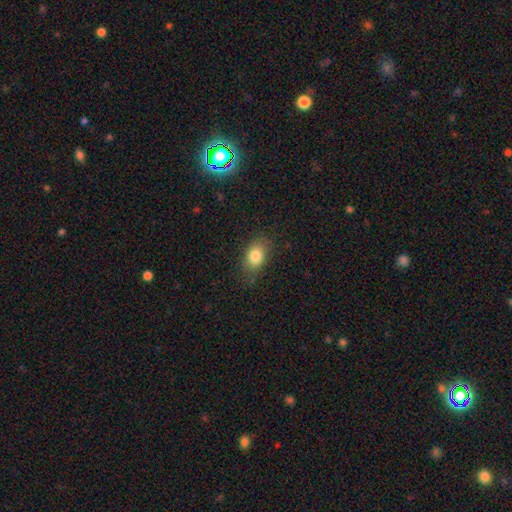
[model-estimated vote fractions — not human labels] Q: Smooth or featured?
A: smooth (83%); runner-up: star or artifact (9%)
Q: How rounded?
A: in between (81%); runner-up: round (17%)
Q: Merging?
A: none (78%); runner-up: minor disturbance (16%)